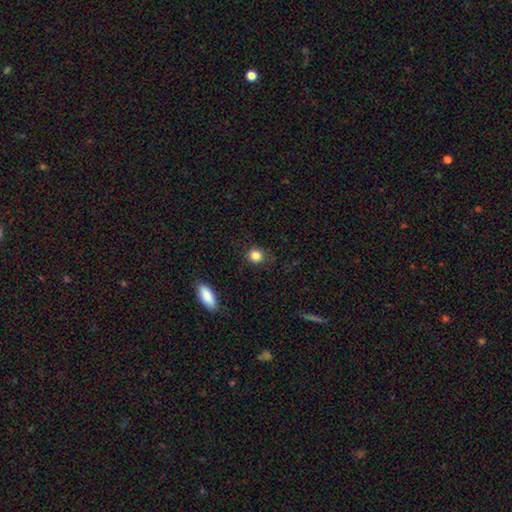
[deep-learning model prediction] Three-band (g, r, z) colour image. It shows a smooth galaxy with no disk features (85%) that is round (83%). Merging: none (83%).